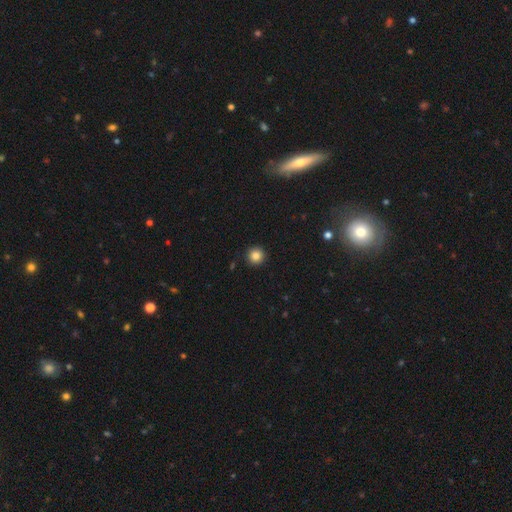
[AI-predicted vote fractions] smooth 85%, star or artifact 11%, featured or disk 5%. Down the decision tree: how rounded — round (96%); merging — none (93%).